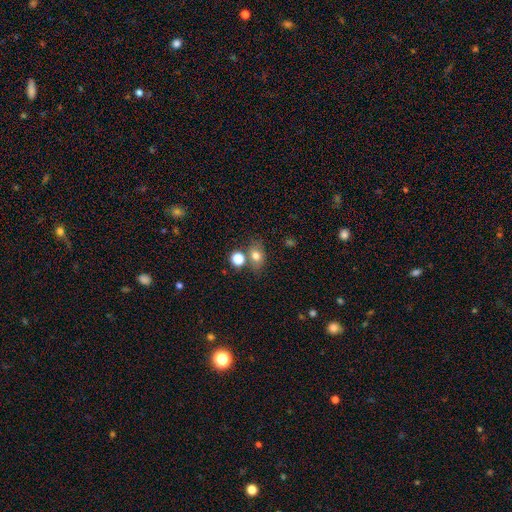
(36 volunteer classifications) Morphology: type=smooth (97%); roundness=in between (66%); merging=none (51%).